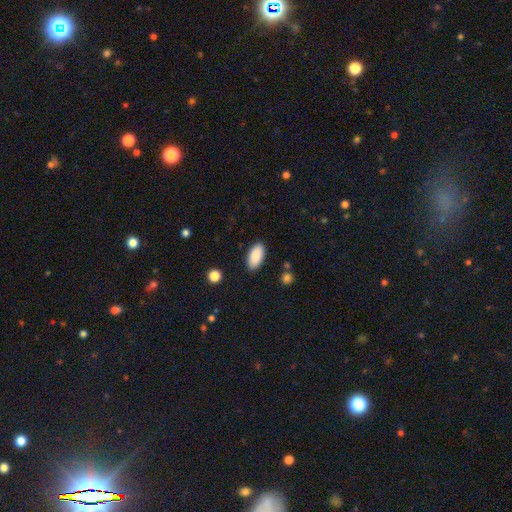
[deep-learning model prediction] Smooth or featured: smooth — 89% (star or artifact — 6%)
How rounded: in between — 94% (cigar-shaped — 4%)
Merging: none — 88% (minor disturbance — 8%)